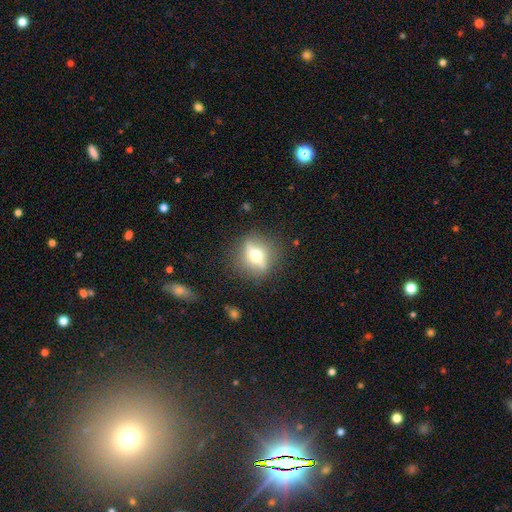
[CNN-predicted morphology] A featured or disk galaxy (62%) viewed edge-on (63%).

Vote fractions:
- Smooth or featured? featured or disk: 62% / smooth: 28% / star or artifact: 9%
- Edge-on disk? yes: 63% / no: 37%
- Merging? none: 83% / minor disturbance: 11% / major disturbance: 5% / merger: 2%